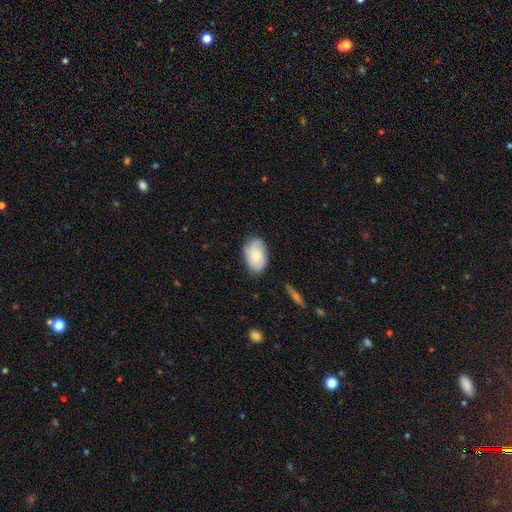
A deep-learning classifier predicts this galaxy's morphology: type=smooth (63%); roundness=in between (88%); merging=none (75%).